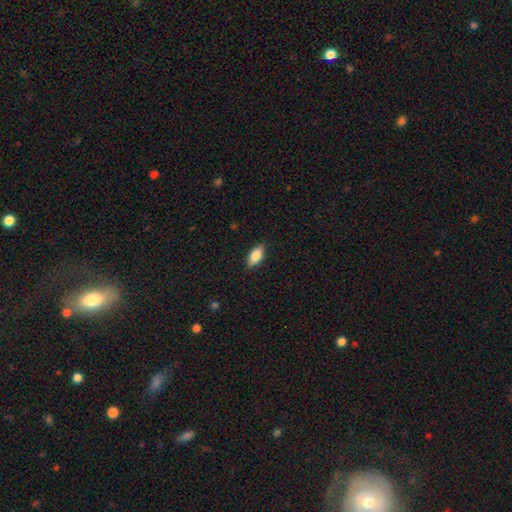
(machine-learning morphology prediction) Smooth or featured?
  - smooth: 82% *
  - featured or disk: 11%
  - star or artifact: 7%
How rounded?
  - in between: 88% *
  - cigar-shaped: 8%
  - round: 3%
Merging?
  - none: 86% *
  - minor disturbance: 11%
  - major disturbance: 2%
  - merger: 1%